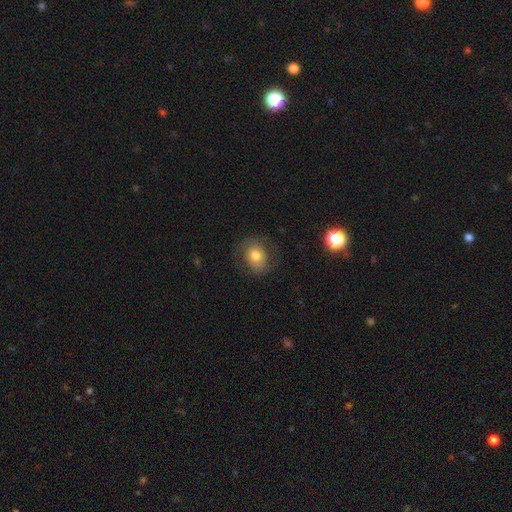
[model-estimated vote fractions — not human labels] This appears to be a smooth galaxy with no disk features (63%) that is round (59%). Merging: none (73%).